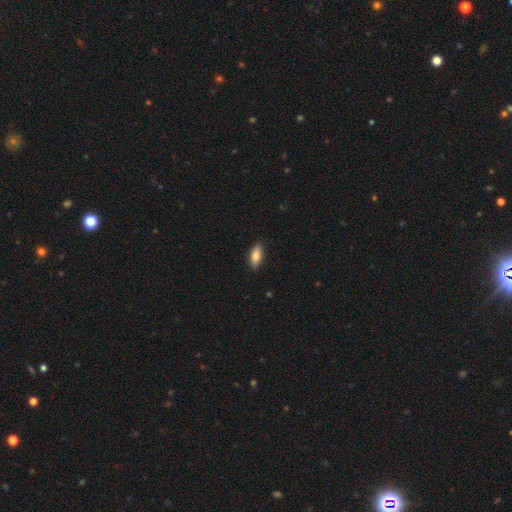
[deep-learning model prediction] Overall: smooth (82%). How rounded: in between (80%). Merging: none (88%).